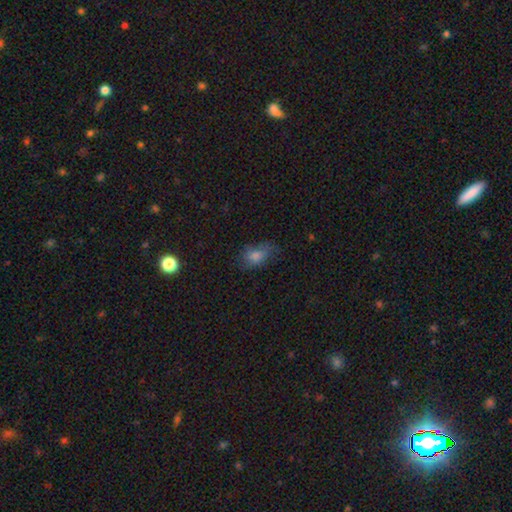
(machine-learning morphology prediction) smooth 73%, star or artifact 15%, featured or disk 12%. Down the decision tree: how rounded — in between (79%); merging — none (56%).